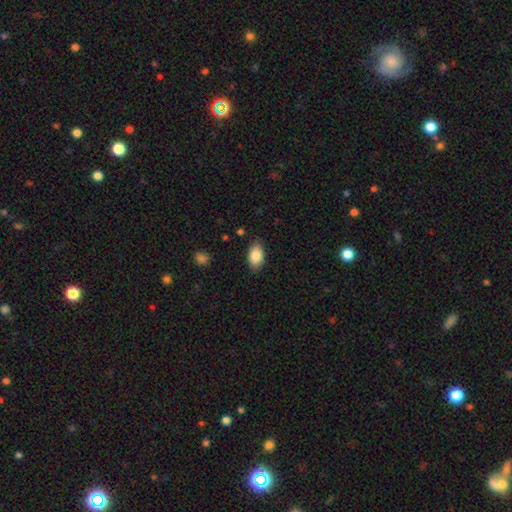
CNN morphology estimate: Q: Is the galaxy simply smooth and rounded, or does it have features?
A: smooth — 87%.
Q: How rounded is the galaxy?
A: in between — 92%.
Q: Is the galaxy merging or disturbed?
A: none — 84%.